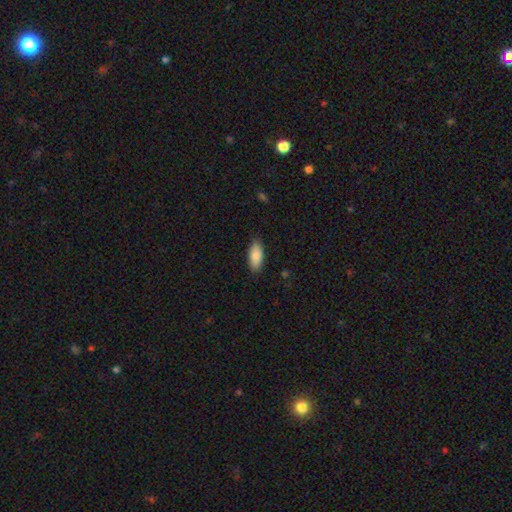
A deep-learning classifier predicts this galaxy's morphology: A smooth galaxy with no disk features (88%) that is in between round and cigar-shaped (85%). Merging: none (87%).